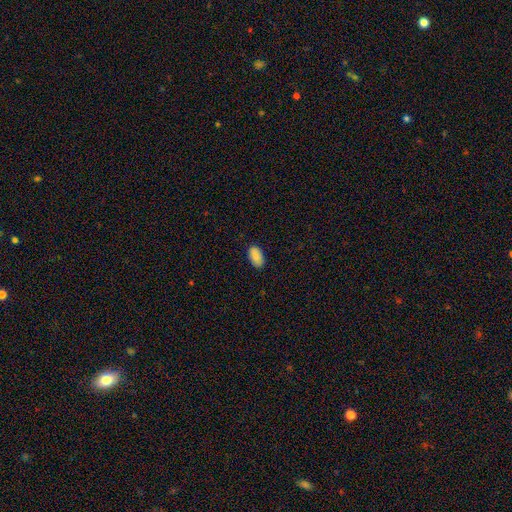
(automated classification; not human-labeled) This is clearly a smooth galaxy (88%). How rounded: clearly in between (95%). Merging: clearly none (87%).